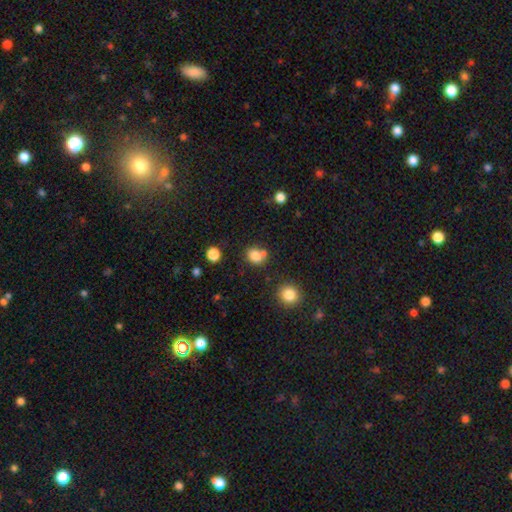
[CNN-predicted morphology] This appears to be a smooth galaxy with no disk features (80%) that is round (61%). Merging: none (55%).